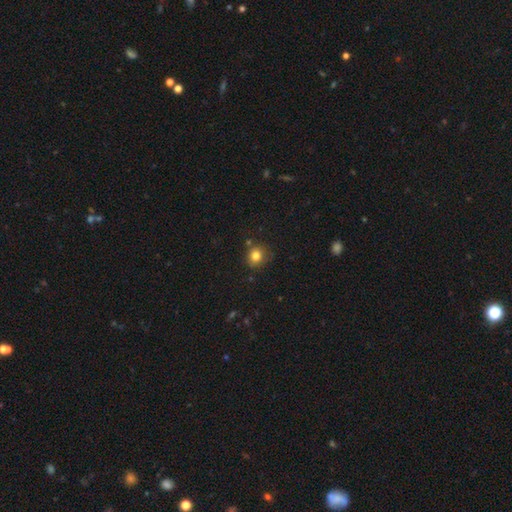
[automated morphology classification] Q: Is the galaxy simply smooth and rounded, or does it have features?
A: smooth — 81%.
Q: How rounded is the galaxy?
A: round — 80%.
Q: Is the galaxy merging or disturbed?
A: none — 75%.